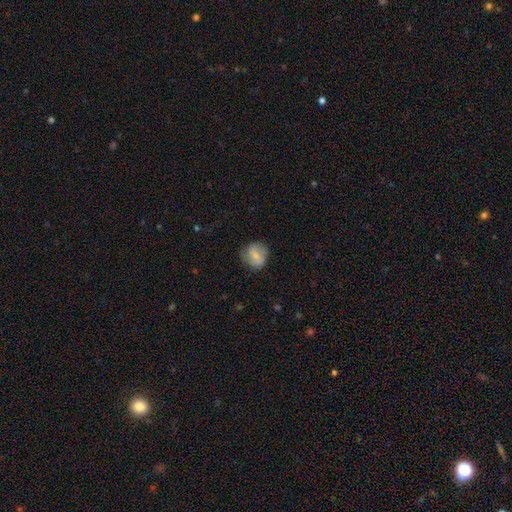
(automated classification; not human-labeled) Q: Smooth or featured?
A: smooth (62%); runner-up: featured or disk (31%)
Q: How rounded?
A: round (82%); runner-up: in between (17%)
Q: Merging?
A: none (75%); runner-up: minor disturbance (18%)